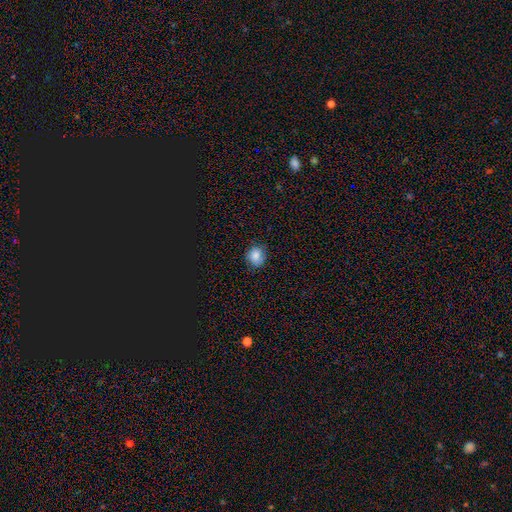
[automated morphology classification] type=smooth (80%); roundness=round (78%); merging=none (81%).